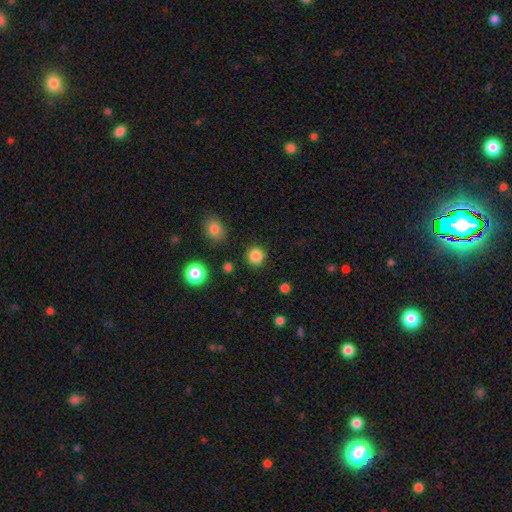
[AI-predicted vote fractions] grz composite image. It shows a smooth galaxy with no disk features (85%) that is round (93%). Merging: none (89%).